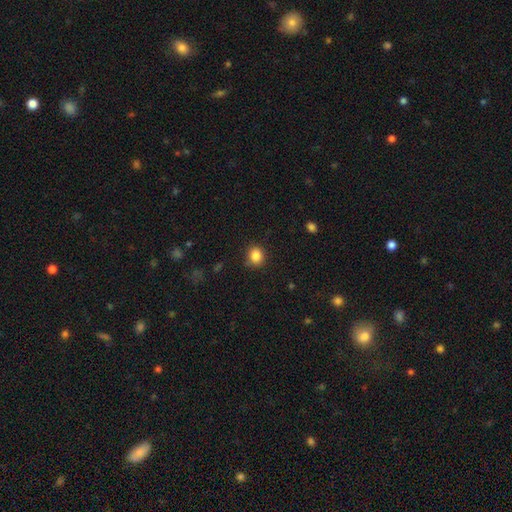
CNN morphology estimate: Smooth or featured?
  - smooth: 85% *
  - star or artifact: 10%
  - featured or disk: 4%
How rounded?
  - round: 80% *
  - in between: 19%
  - cigar-shaped: 1%
Merging?
  - none: 85% *
  - minor disturbance: 11%
  - major disturbance: 3%
  - merger: 1%